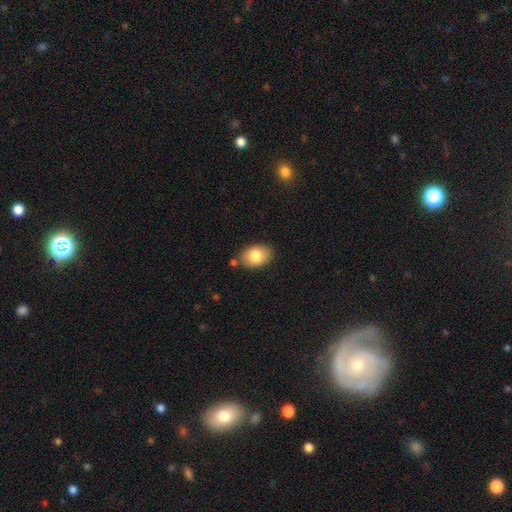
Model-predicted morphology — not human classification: smooth_or_featured: smooth (p=0.82) [alt: featured or disk p=0.11]
how_rounded: in between (p=0.83) [alt: round p=0.16]
merging: none (p=0.80) [alt: minor disturbance p=0.12]